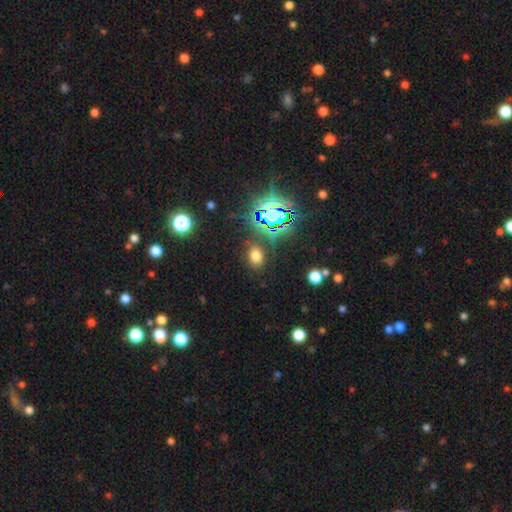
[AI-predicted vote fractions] smooth 63%, star or artifact 29%, featured or disk 7%. Down the decision tree: how rounded — in between (67%); merging — none (84%).